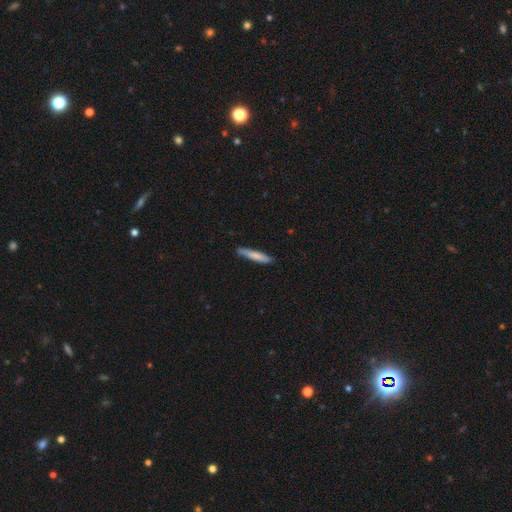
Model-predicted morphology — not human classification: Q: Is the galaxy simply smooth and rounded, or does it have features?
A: smooth — 75%.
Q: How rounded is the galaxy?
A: cigar-shaped — 92%.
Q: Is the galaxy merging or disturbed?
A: none — 82%.